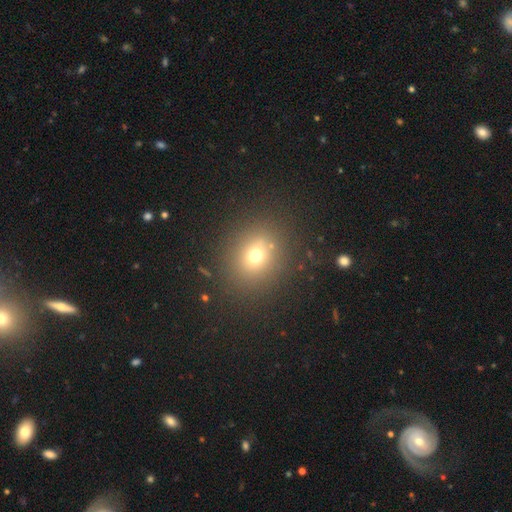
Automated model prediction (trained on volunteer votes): Q: Smooth or featured?
A: smooth (68%); runner-up: star or artifact (20%)
Q: How rounded?
A: round (73%); runner-up: in between (26%)
Q: Merging?
A: none (84%); runner-up: minor disturbance (9%)